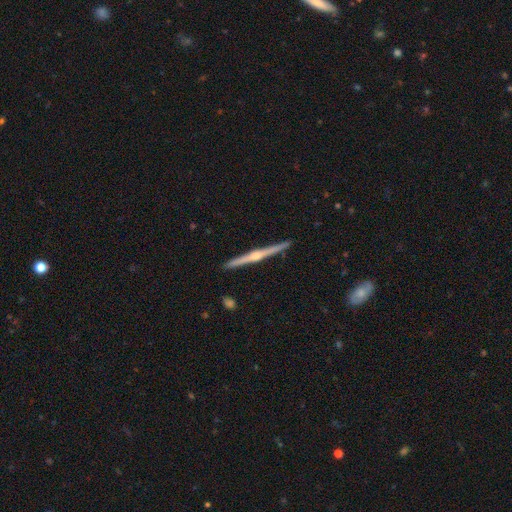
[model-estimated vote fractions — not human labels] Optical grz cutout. It shows a featured or disk galaxy (82%) viewed edge-on (99%) with a rounded central bulge (86%). Merging: none (93%).